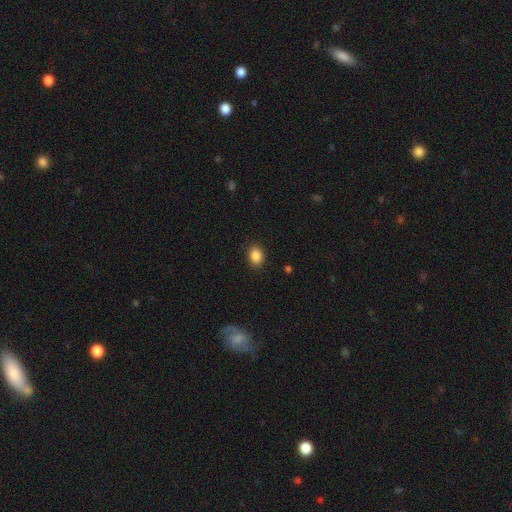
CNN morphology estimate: A smooth galaxy with no disk features (87%) that is in between round and cigar-shaped (55%).

Vote fractions:
- Smooth or featured? smooth: 87% / star or artifact: 9% / featured or disk: 3%
- How rounded? in between: 55% / round: 44% / cigar-shaped: 1%
- Merging? none: 89% / minor disturbance: 8% / major disturbance: 2% / merger: 1%